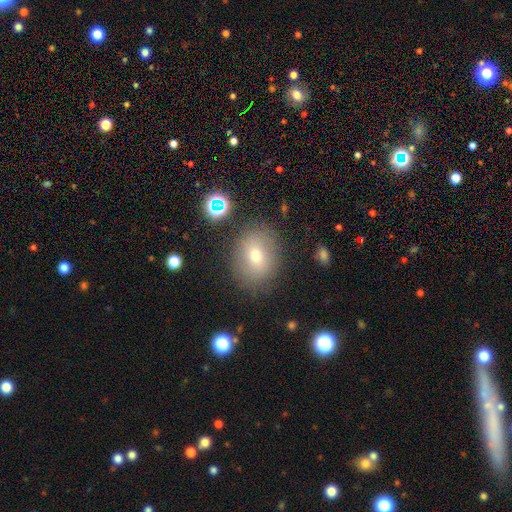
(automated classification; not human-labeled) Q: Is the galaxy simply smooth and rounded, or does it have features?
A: smooth — 66%.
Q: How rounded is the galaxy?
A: in between — 54%.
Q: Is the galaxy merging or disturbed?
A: none — 80%.